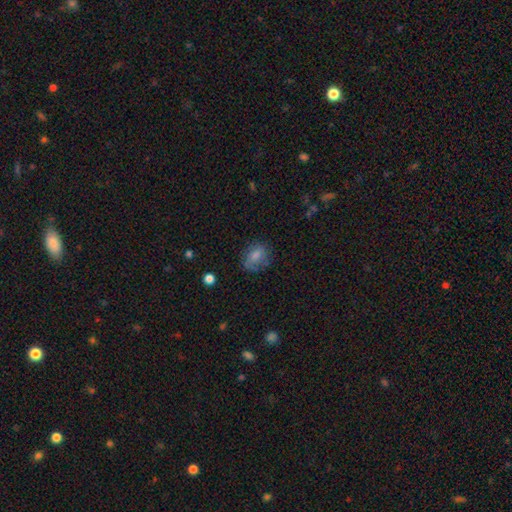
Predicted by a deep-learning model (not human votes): smooth-or-featured: smooth: 73% | featured or disk: 17% | star or artifact: 10%
  how-rounded: in between: 58% | round: 40% | cigar-shaped: 2%
  merging: none: 65% | minor disturbance: 23% | major disturbance: 10% | merger: 2%